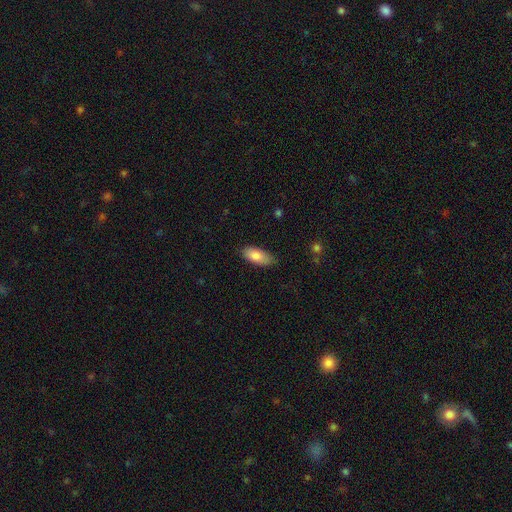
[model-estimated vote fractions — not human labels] smooth_or_featured: smooth (p=0.84) [alt: featured or disk p=0.10]
how_rounded: in between (p=0.86) [alt: cigar-shaped p=0.12]
merging: none (p=0.79) [alt: minor disturbance p=0.17]